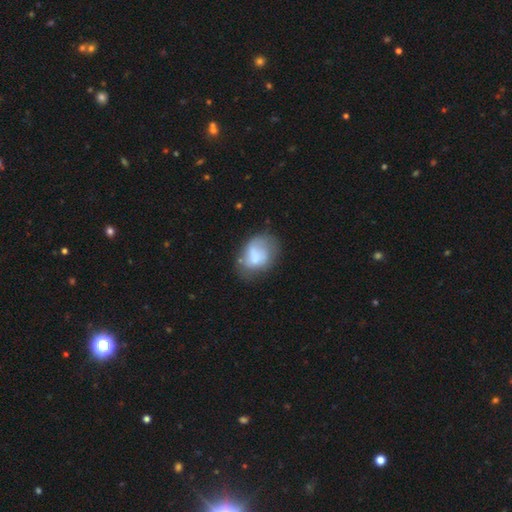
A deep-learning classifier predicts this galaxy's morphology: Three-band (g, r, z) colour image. It shows a smooth galaxy with no disk features (65%) that is in between round and cigar-shaped (66%). Merging: none (43%).